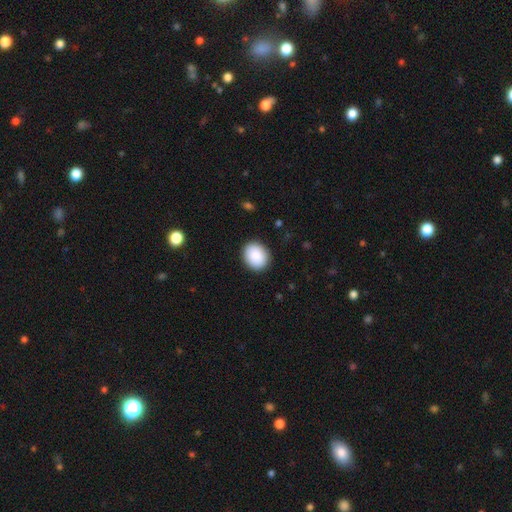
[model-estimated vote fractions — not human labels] Q: Smooth or featured?
A: smooth (88%); runner-up: star or artifact (7%)
Q: How rounded?
A: round (63%); runner-up: in between (36%)
Q: Merging?
A: none (90%); runner-up: minor disturbance (7%)